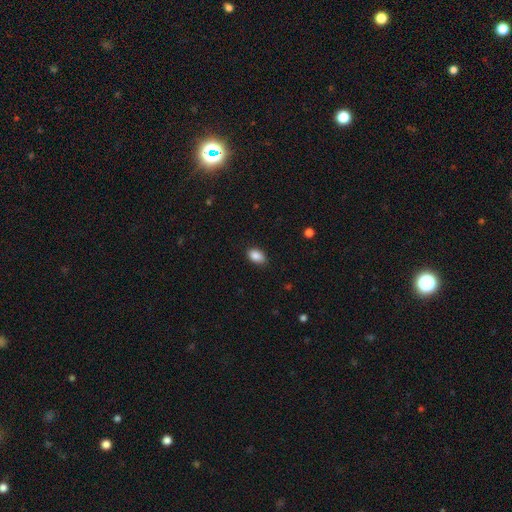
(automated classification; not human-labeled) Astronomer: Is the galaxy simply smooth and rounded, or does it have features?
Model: smooth — 88%.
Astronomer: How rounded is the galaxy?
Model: in between — 84%.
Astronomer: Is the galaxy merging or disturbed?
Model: none — 86%.